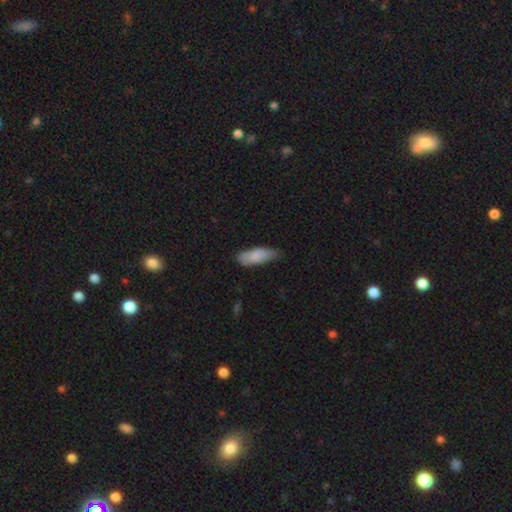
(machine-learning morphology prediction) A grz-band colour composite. It shows a smooth galaxy with no disk features (82%) that is in between round and cigar-shaped (68%). Merging: none (62%).